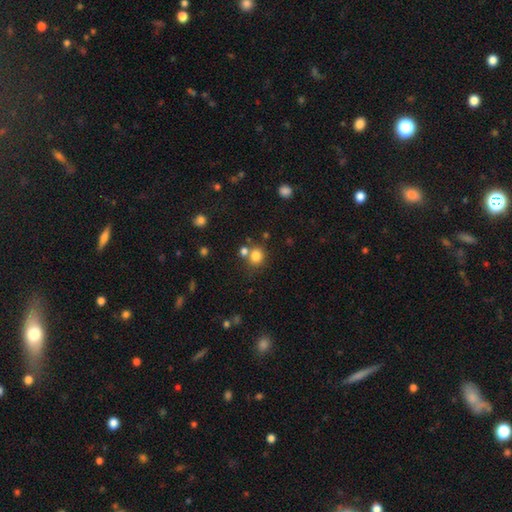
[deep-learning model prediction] Q: Smooth or featured?
A: smooth (80%); runner-up: star or artifact (13%)
Q: How rounded?
A: round (81%); runner-up: in between (18%)
Q: Merging?
A: none (63%); runner-up: merger (23%)